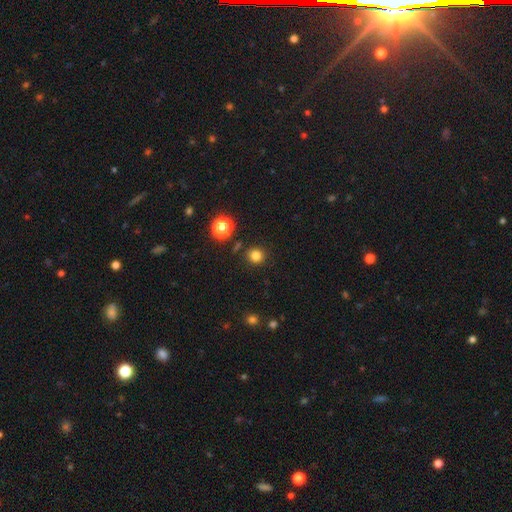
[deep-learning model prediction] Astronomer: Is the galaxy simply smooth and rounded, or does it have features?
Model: smooth — 81%.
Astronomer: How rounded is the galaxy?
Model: round — 91%.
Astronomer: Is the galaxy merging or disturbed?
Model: none — 88%.